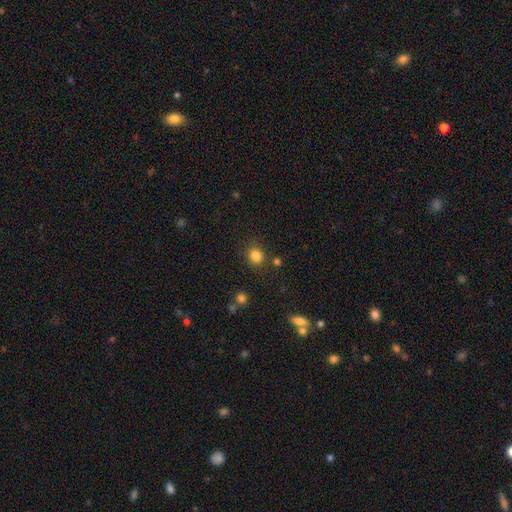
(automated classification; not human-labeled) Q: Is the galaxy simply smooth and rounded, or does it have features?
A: smooth — 84%.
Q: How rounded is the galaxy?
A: round — 76%.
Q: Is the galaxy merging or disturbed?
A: none — 82%.